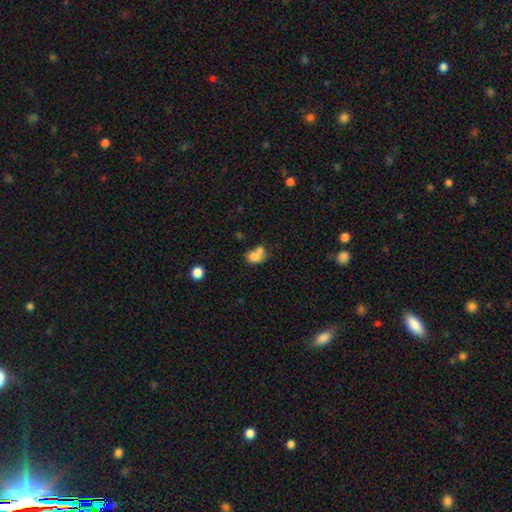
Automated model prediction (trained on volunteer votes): Q: Smooth or featured?
A: smooth (73%); runner-up: featured or disk (15%)
Q: How rounded?
A: in between (65%); runner-up: round (33%)
Q: Merging?
A: merger (52%); runner-up: none (26%)